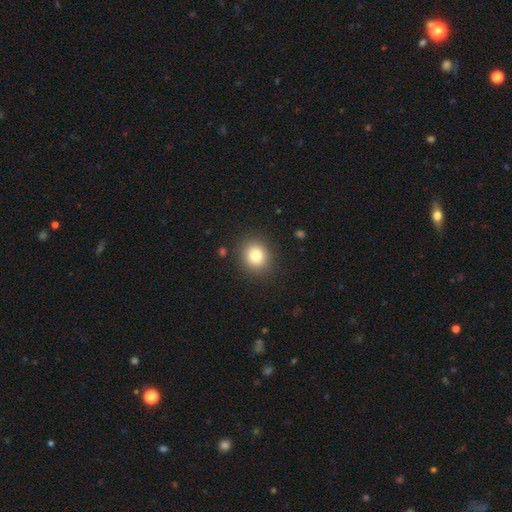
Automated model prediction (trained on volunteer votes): This appears to be a smooth galaxy with no disk features (80%) that is round (80%). Merging: none (89%).